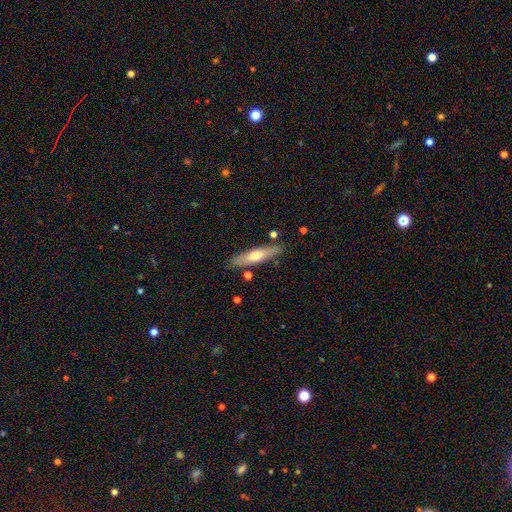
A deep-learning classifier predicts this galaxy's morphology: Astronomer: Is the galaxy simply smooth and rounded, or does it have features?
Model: smooth — 53% (runner-up: featured or disk, 41%).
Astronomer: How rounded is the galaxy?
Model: cigar-shaped — 77%.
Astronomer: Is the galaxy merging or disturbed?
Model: none — 83%.